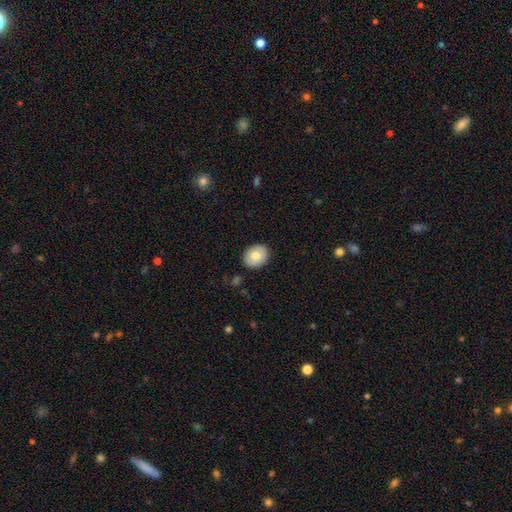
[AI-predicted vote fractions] Q: Smooth or featured?
A: smooth (73%); runner-up: featured or disk (20%)
Q: How rounded?
A: round (52%); runner-up: in between (47%)
Q: Merging?
A: none (88%); runner-up: minor disturbance (9%)